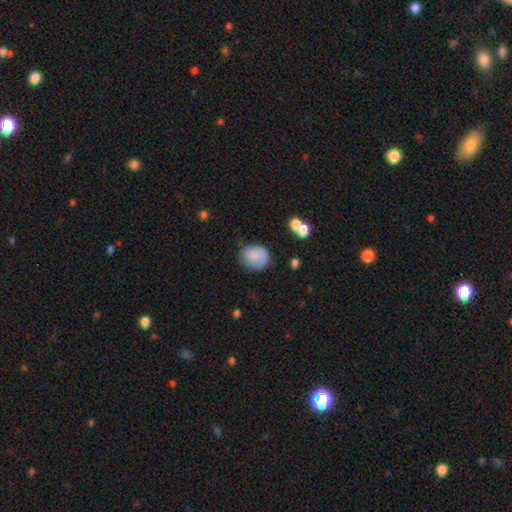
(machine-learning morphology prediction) A smooth galaxy with no disk features (78%) that is round (54%).

Vote fractions:
- Smooth or featured? smooth: 78% / featured or disk: 14% / star or artifact: 8%
- How rounded? round: 54% / in between: 45% / cigar-shaped: 1%
- Merging? none: 58% / minor disturbance: 27% / major disturbance: 11% / merger: 4%